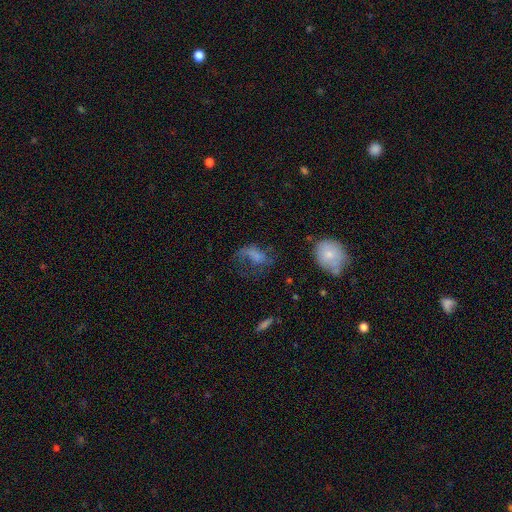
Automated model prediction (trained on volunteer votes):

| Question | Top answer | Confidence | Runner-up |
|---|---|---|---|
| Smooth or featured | smooth | 50% | featured or disk (36%) |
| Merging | major disturbance | 50% | none (28%) |